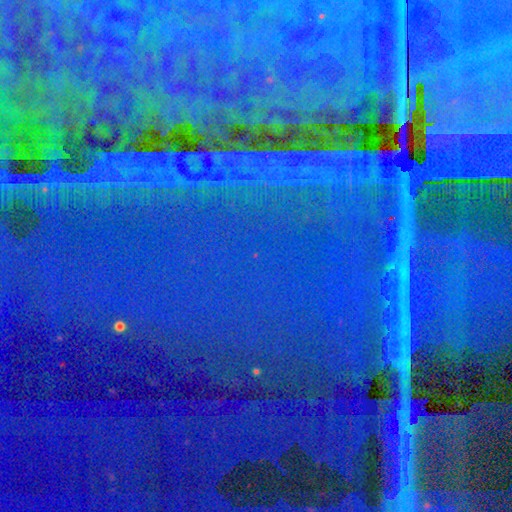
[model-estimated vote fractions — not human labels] Smooth or featured? star or artifact (89%)